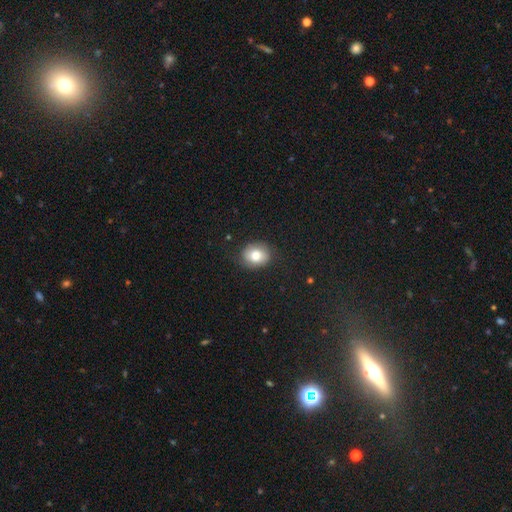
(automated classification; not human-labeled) A smooth galaxy with no disk features (78%) that is round (59%). Merging: none (82%).